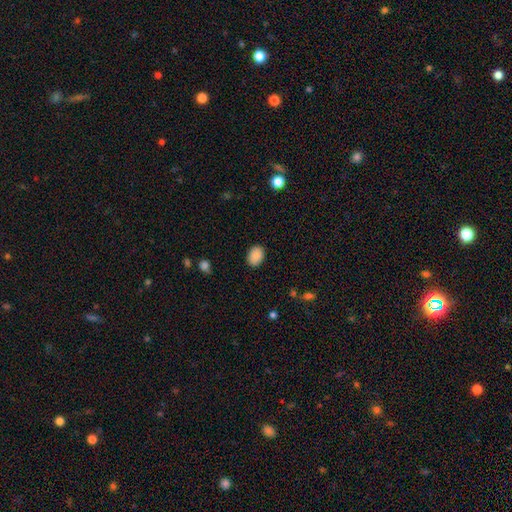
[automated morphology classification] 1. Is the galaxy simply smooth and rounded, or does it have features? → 88% smooth, 8% star or artifact, 4% featured or disk.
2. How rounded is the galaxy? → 75% in between, 24% round, 1% cigar-shaped.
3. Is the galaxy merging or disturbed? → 86% none, 10% minor disturbance, 2% major disturbance, 1% merger.